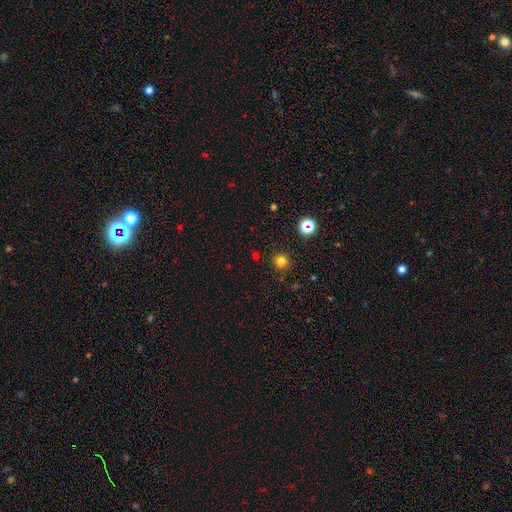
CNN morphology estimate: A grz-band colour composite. It shows a smooth galaxy with no disk features (72%) that is round (92%). Merging: none (90%).